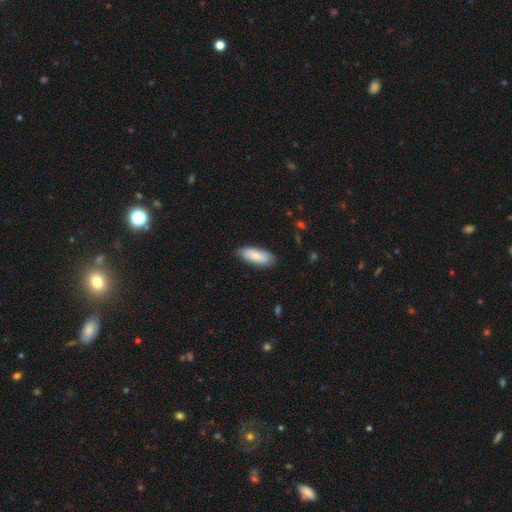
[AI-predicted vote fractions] smooth-or-featured: smooth: 81% | featured or disk: 14% | star or artifact: 6%
  how-rounded: in between: 72% | cigar-shaped: 26% | round: 2%
  merging: none: 81% | minor disturbance: 16% | major disturbance: 3% | merger: 1%